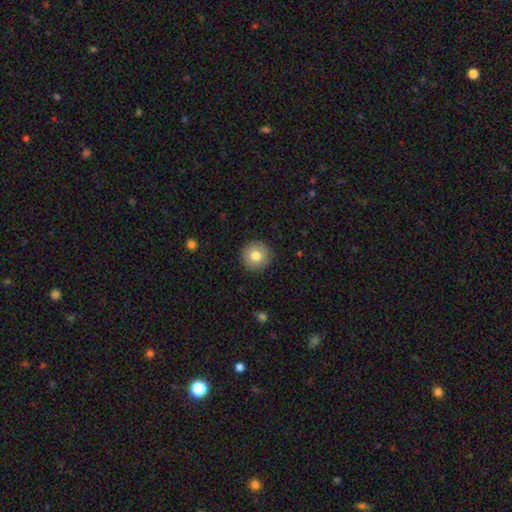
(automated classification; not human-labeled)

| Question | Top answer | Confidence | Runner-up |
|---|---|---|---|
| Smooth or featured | smooth | 80% | featured or disk (11%) |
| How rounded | round | 96% | in between (3%) |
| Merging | none | 92% | minor disturbance (6%) |